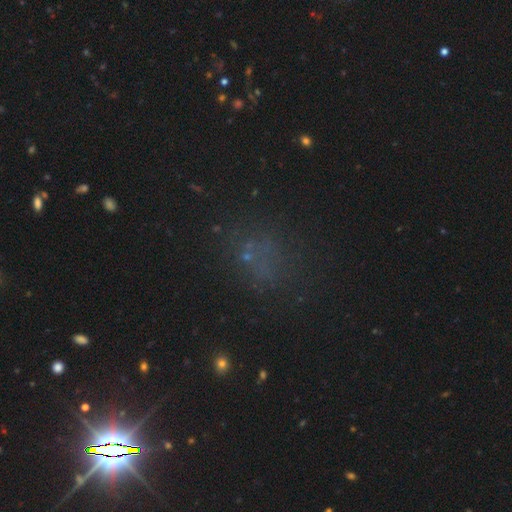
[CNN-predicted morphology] Q: Smooth or featured?
A: star or artifact (48%); runner-up: smooth (37%)